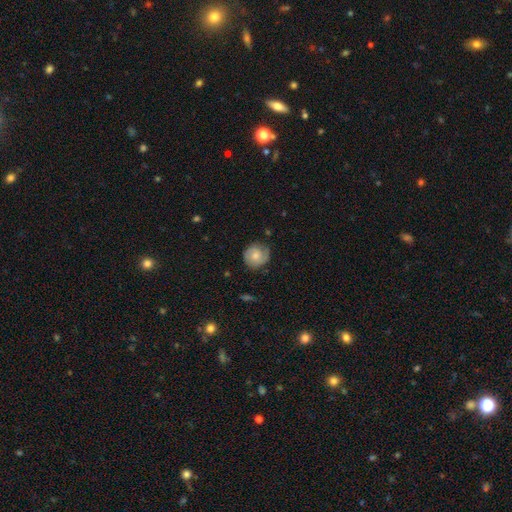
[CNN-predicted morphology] Smooth or featured?
  - smooth: 48% *
  - featured or disk: 45%
  - star or artifact: 7%
Merging?
  - none: 74% *
  - minor disturbance: 20%
  - major disturbance: 5%
  - merger: 1%